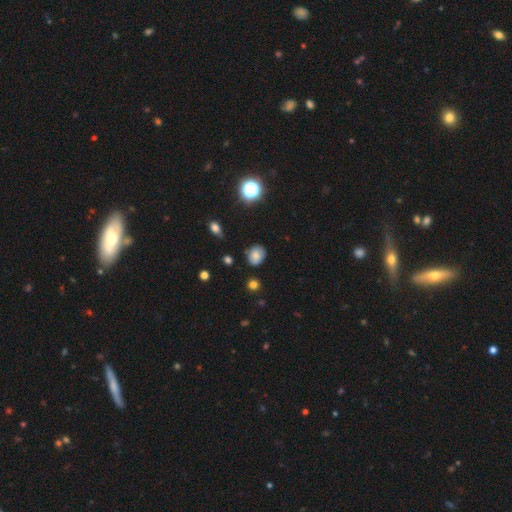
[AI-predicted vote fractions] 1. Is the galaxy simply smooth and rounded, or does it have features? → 75% smooth, 13% star or artifact, 12% featured or disk.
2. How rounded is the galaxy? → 52% round, 47% in between, 1% cigar-shaped.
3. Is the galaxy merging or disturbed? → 77% none, 17% minor disturbance, 4% major disturbance, 2% merger.